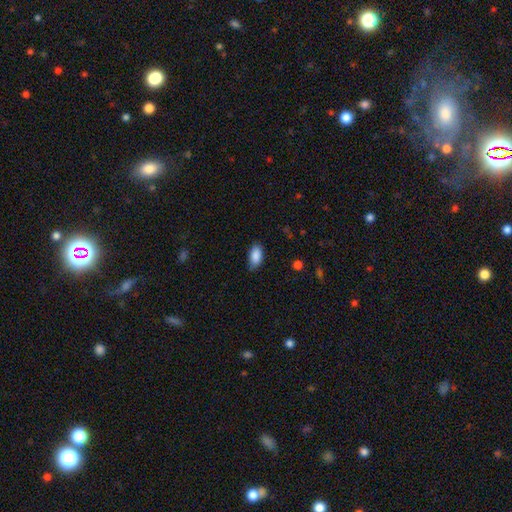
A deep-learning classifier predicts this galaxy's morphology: Smooth or featured?
  - smooth: 88% *
  - star or artifact: 7%
  - featured or disk: 5%
How rounded?
  - in between: 92% *
  - cigar-shaped: 4%
  - round: 4%
Merging?
  - none: 75% *
  - minor disturbance: 20%
  - major disturbance: 3%
  - merger: 1%